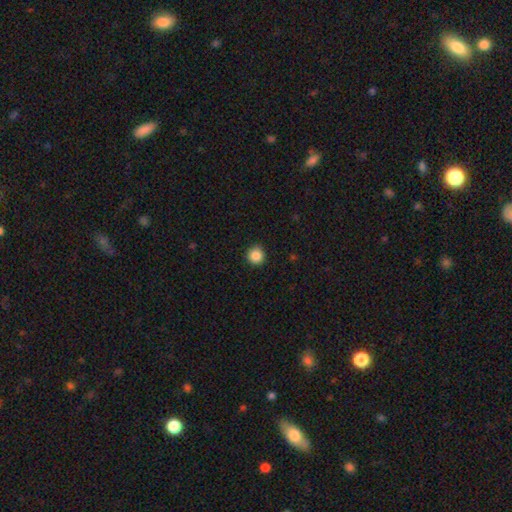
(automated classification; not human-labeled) This is clearly a smooth galaxy (87%). How rounded: clearly round (95%). Merging: clearly none (90%).